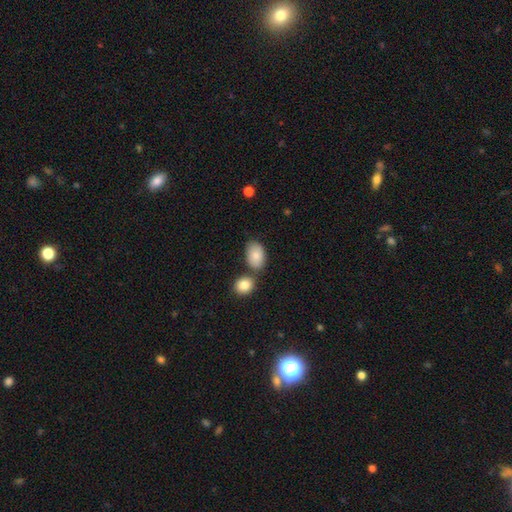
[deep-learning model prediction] Smooth or featured?
  - smooth: 85% *
  - featured or disk: 8%
  - star or artifact: 7%
How rounded?
  - in between: 89% *
  - round: 10%
  - cigar-shaped: 1%
Merging?
  - none: 61% *
  - merger: 21%
  - minor disturbance: 15%
  - major disturbance: 4%